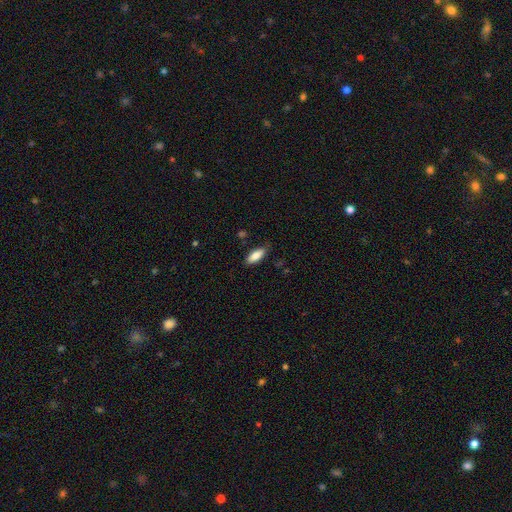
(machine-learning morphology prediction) Overall: smooth (85%). How rounded: in between (77%). Merging: none (82%).